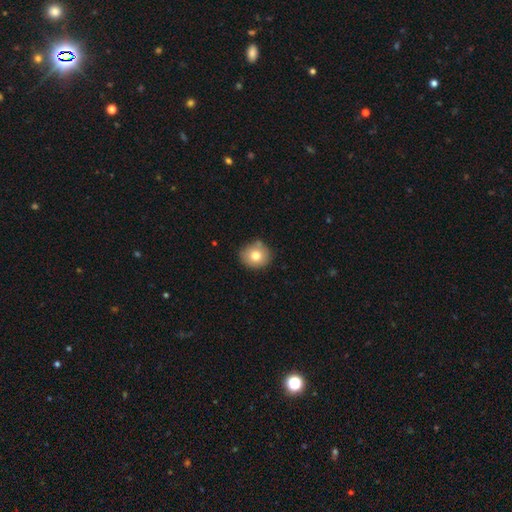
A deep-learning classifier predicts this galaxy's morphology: smooth 77%, featured or disk 14%, star or artifact 10%. Down the decision tree: how rounded — round (86%); merging — none (82%).